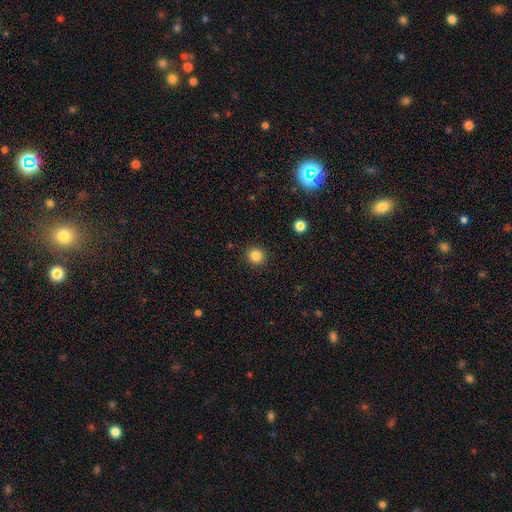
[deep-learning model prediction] Smooth or featured: smooth — 84% (star or artifact — 12%)
How rounded: round — 91% (in between — 8%)
Merging: none — 91% (minor disturbance — 6%)